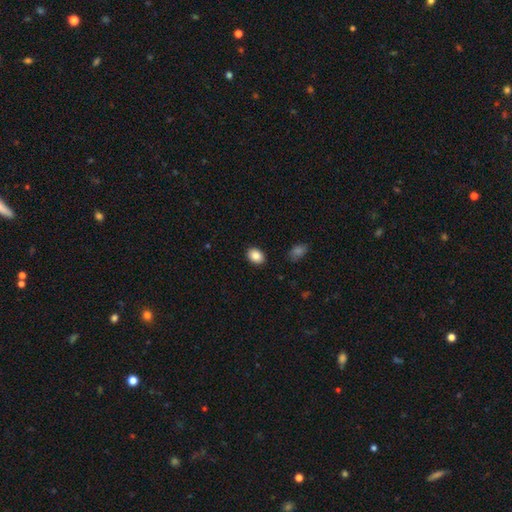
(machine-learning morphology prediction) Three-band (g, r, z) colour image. It shows a smooth galaxy with no disk features (85%) that is in between round and cigar-shaped (68%). Merging: none (89%).